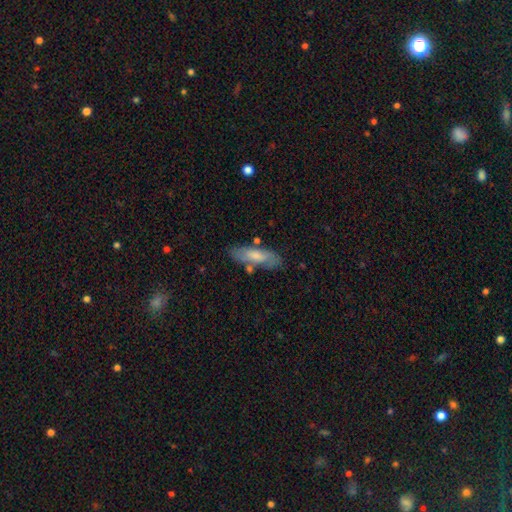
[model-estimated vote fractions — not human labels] Smooth or featured?
  - smooth: 65% *
  - featured or disk: 29%
  - star or artifact: 6%
How rounded?
  - in between: 56% *
  - cigar-shaped: 43%
  - round: 2%
Merging?
  - none: 69% *
  - minor disturbance: 18%
  - merger: 7%
  - major disturbance: 5%